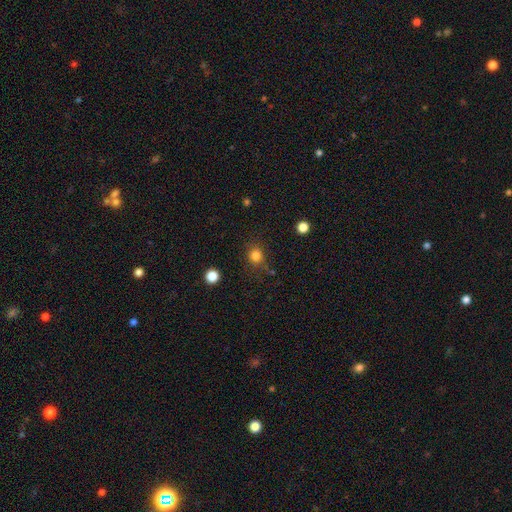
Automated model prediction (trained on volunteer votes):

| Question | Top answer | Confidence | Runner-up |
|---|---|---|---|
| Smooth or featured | smooth | 82% | star or artifact (13%) |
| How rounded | round | 79% | in between (20%) |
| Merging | none | 78% | minor disturbance (14%) |